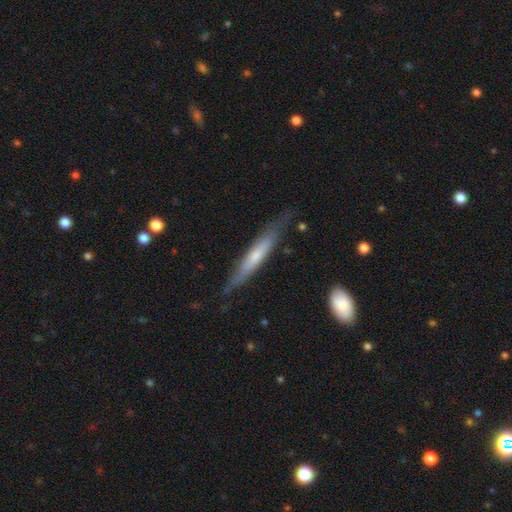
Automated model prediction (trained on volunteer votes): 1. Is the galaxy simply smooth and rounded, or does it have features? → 51% featured or disk, 44% smooth, 6% star or artifact.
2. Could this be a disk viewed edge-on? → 85% yes, 15% no.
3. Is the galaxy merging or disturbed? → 72% none, 21% minor disturbance, 5% major disturbance, 2% merger.